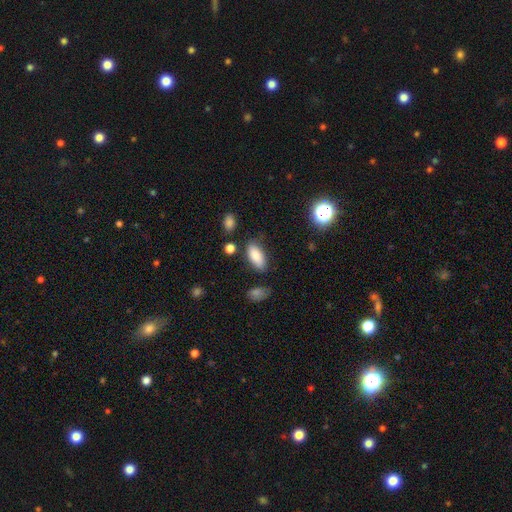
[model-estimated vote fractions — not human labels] Q: Smooth or featured?
A: smooth (85%); runner-up: star or artifact (8%)
Q: How rounded?
A: in between (87%); runner-up: cigar-shaped (10%)
Q: Merging?
A: none (74%); runner-up: minor disturbance (17%)